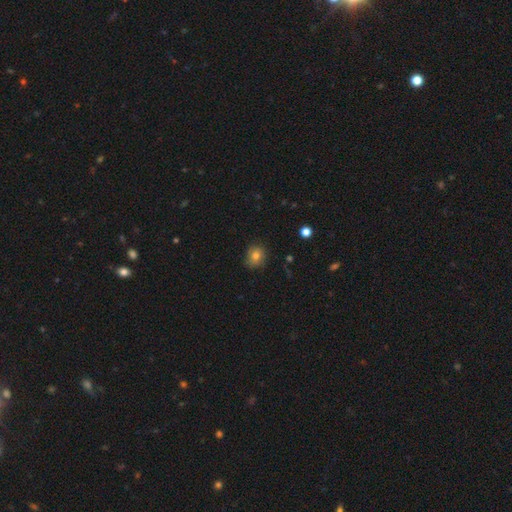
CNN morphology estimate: smooth 79%, star or artifact 11%, featured or disk 10%. Down the decision tree: how rounded — round (69%); merging — none (79%).